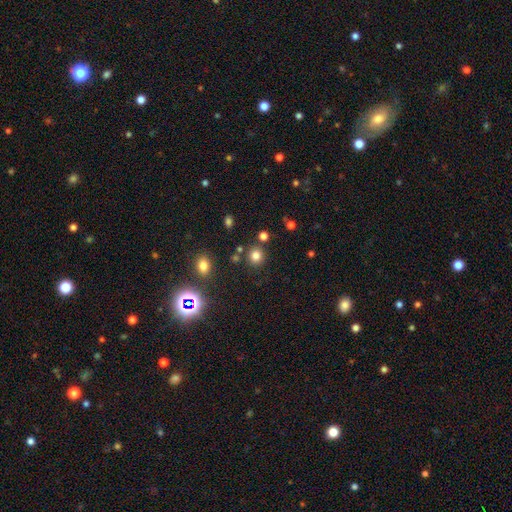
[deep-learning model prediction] Smooth or featured: smooth — 79% (star or artifact — 15%)
How rounded: round — 89% (in between — 10%)
Merging: none — 84% (minor disturbance — 7%)